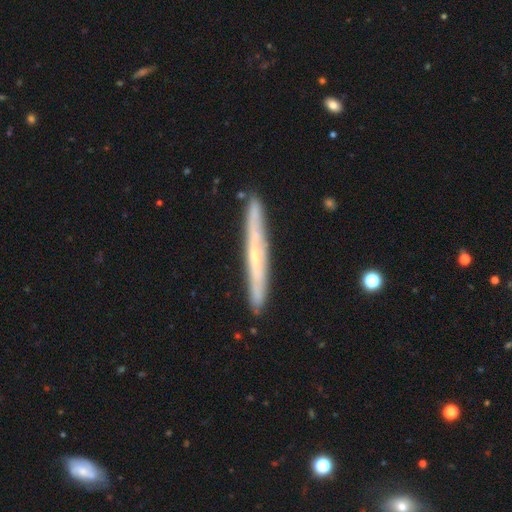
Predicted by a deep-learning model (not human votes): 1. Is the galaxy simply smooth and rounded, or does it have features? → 64% featured or disk, 30% smooth, 6% star or artifact.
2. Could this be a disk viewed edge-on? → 92% yes, 8% no.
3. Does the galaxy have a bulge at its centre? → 55% none, 41% rounded, 4% boxy.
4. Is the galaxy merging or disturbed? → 89% none, 9% minor disturbance, 1% merger, 1% major disturbance.